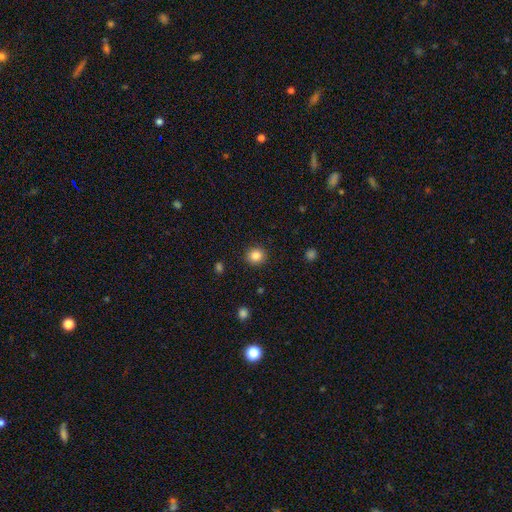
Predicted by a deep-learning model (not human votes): smooth-or-featured: smooth: 85% | star or artifact: 10% | featured or disk: 5%
  how-rounded: round: 88% | in between: 11% | cigar-shaped: 1%
  merging: none: 91% | minor disturbance: 6% | major disturbance: 2% | merger: 1%